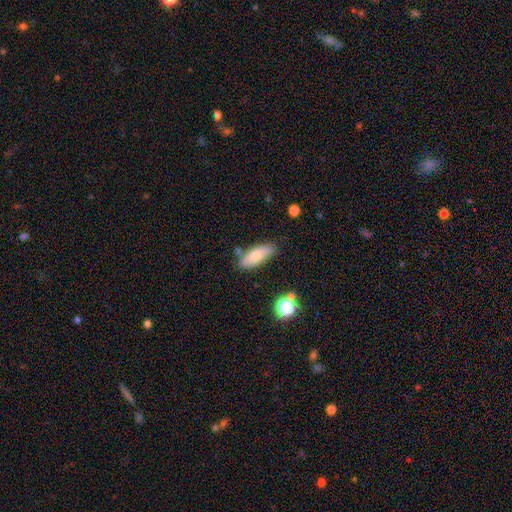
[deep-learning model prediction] The model was most divided on "how rounded": in between: 71%, cigar-shaped: 27%, round: 3%. More confident: merging — none (75%); smooth or featured — smooth (73%).